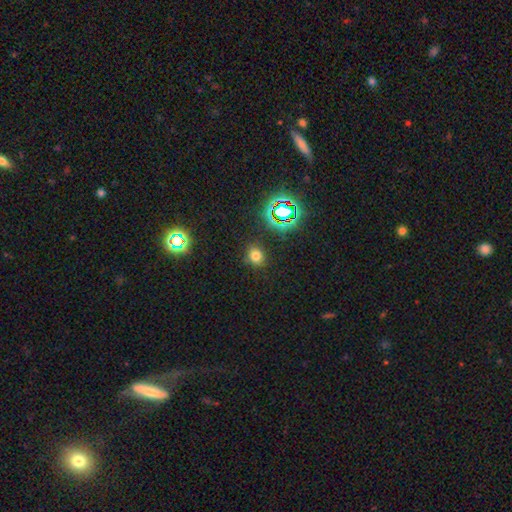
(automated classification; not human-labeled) Smooth or featured: smooth — 69% (star or artifact — 24%)
How rounded: round — 69% (in between — 30%)
Merging: none — 85% (minor disturbance — 10%)